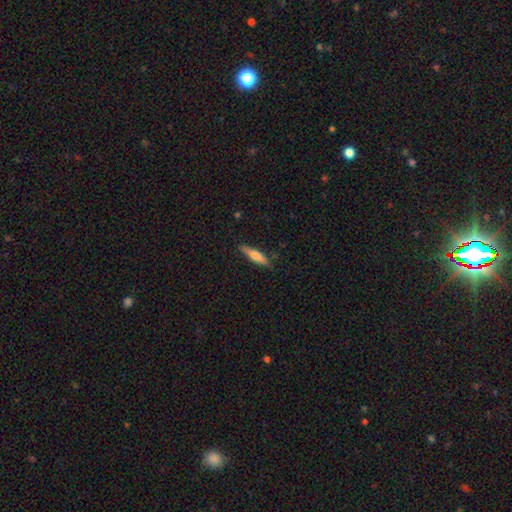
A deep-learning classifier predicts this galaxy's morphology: This appears to be a smooth galaxy with no disk features (59%) that is cigar-shaped (78%). Merging: none (85%).